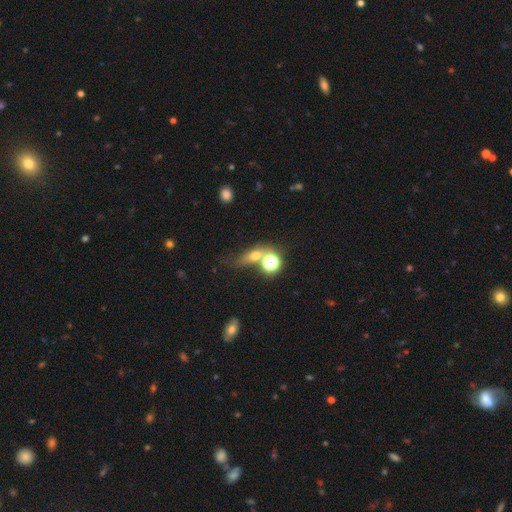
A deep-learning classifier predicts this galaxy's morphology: smooth 56%, star or artifact 26%, featured or disk 18%. Down the decision tree: how rounded — in between (42%); merging — none (50%).